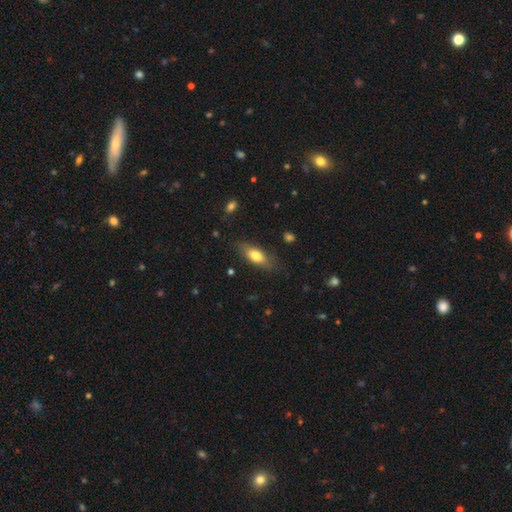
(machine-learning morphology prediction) Smooth or featured: smooth — 71% (featured or disk — 22%)
How rounded: in between — 73% (cigar-shaped — 23%)
Merging: none — 76% (minor disturbance — 18%)